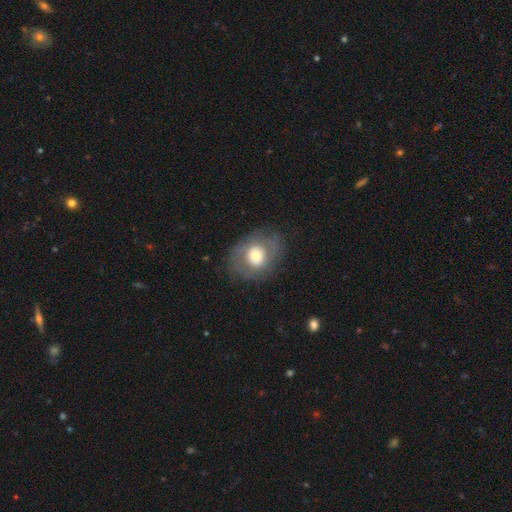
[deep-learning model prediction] This is possibly a smooth galaxy (55%). How rounded: possibly round (57%). Merging: likely none (70%).